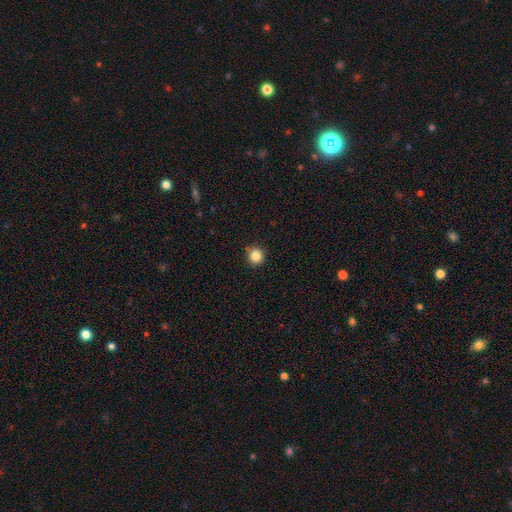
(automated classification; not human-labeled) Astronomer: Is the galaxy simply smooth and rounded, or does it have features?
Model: smooth — 84%.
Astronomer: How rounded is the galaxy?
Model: round — 94%.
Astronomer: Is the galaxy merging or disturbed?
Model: none — 88%.